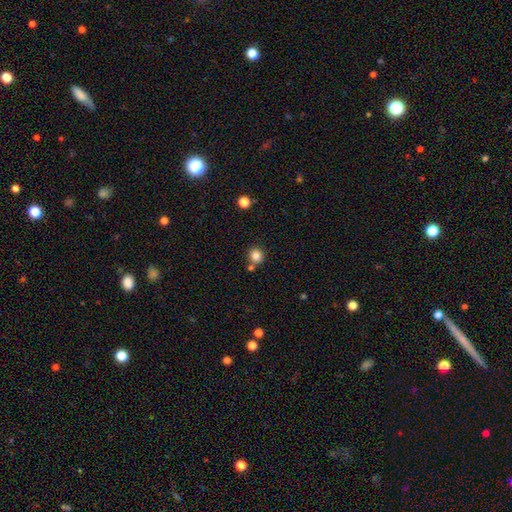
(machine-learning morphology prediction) Smooth or featured?
  - smooth: 83% *
  - star or artifact: 11%
  - featured or disk: 5%
How rounded?
  - round: 87% *
  - in between: 12%
  - cigar-shaped: 1%
Merging?
  - none: 72% *
  - merger: 16%
  - minor disturbance: 9%
  - major disturbance: 3%